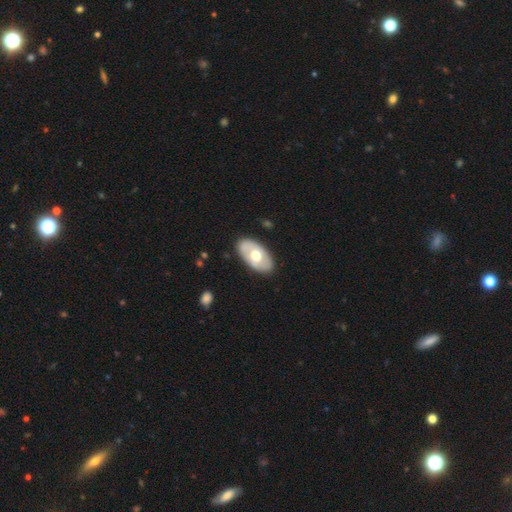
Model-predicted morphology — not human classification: Smooth or featured: smooth — 51% (featured or disk — 45%)
How rounded: in between — 93% (round — 5%)
Merging: none — 85% (minor disturbance — 11%)